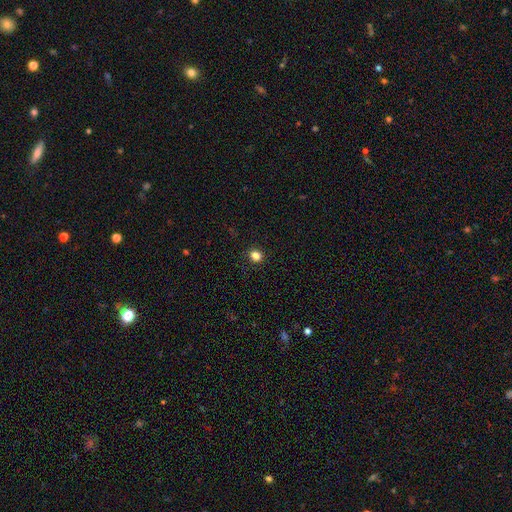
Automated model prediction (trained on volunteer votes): Smooth or featured? Predicted: smooth (p=0.83). How rounded? Predicted: round (p=0.83). Merging? Predicted: none (p=0.91).